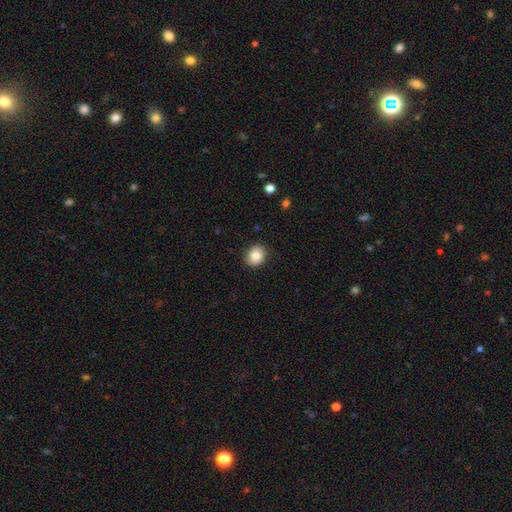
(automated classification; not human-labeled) Q: Smooth or featured?
A: smooth (82%); runner-up: featured or disk (9%)
Q: How rounded?
A: round (67%); runner-up: in between (32%)
Q: Merging?
A: none (85%); runner-up: minor disturbance (12%)